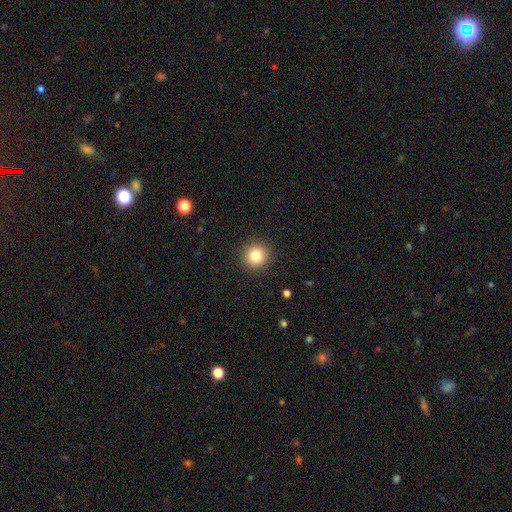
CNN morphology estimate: type=smooth (82%); roundness=round (94%); merging=none (92%).